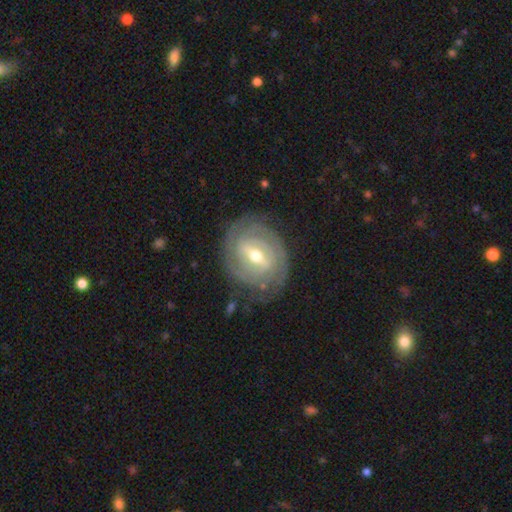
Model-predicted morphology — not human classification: smooth_or_featured: featured or disk (p=0.86) [alt: smooth p=0.09]
disk_edge_on: no (p=0.96) [alt: yes p=0.04]
bar: weak (p=0.45) [alt: strong p=0.43]
has_spiral_arms: yes (p=0.91) [alt: no p=0.09]
spiral_winding: tight (p=0.78) [alt: medium p=0.17]
spiral_arm_count: 2 (p=0.35) [alt: can't tell p=0.33]
bulge_size: moderate (p=0.67) [alt: small p=0.27]
merging: none (p=0.78) [alt: minor disturbance p=0.15]